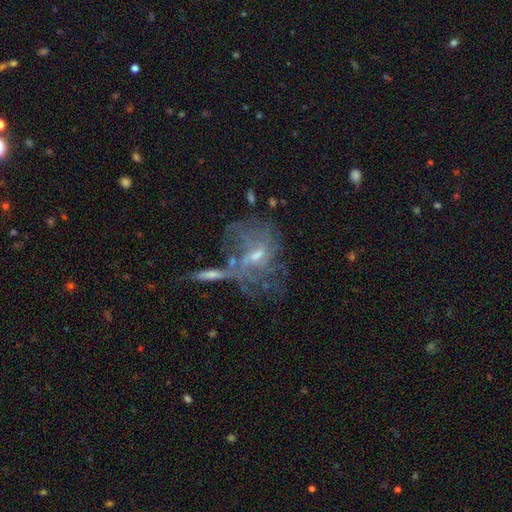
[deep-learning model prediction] Smooth or featured?
  - featured or disk: 74% *
  - smooth: 14%
  - star or artifact: 11%
Edge-on disk?
  - no: 94% *
  - yes: 6%
Bar?
  - weak: 50% *
  - no: 37%
  - strong: 13%
Spiral arms?
  - yes: 70% *
  - no: 30%
Bulge size?
  - small: 47% *
  - moderate: 42%
  - none: 7%
  - large: 3%
  - dominant: 1%
Merging?
  - none: 36% *
  - merger: 24%
  - major disturbance: 24%
  - minor disturbance: 16%